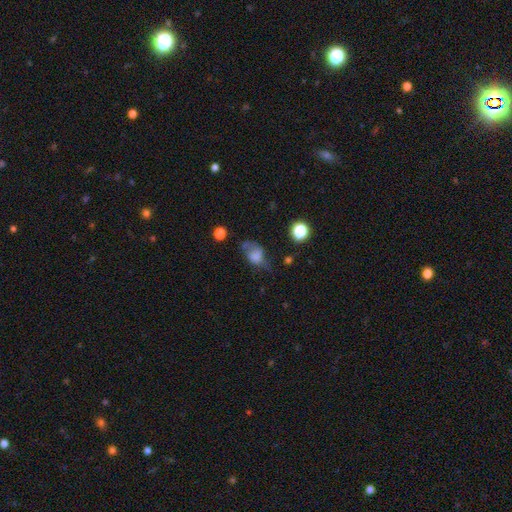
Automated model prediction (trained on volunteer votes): Smooth or featured? Predicted: smooth (p=0.64). How rounded? Predicted: in between (p=0.76). Merging? Predicted: major disturbance (p=0.32).